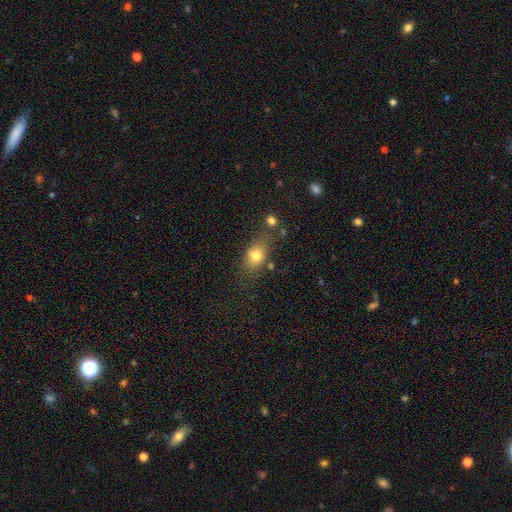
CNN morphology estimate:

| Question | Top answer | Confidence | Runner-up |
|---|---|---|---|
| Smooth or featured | smooth | 77% | featured or disk (12%) |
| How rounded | in between | 67% | round (30%) |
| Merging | none | 63% | minor disturbance (20%) |